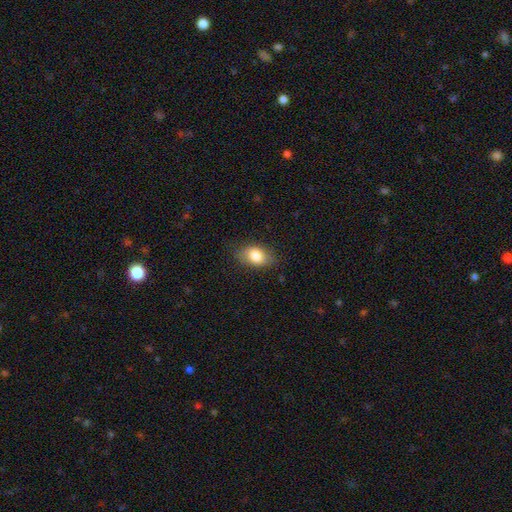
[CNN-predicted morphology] Q: Smooth or featured?
A: smooth (82%); runner-up: featured or disk (10%)
Q: How rounded?
A: in between (85%); runner-up: round (13%)
Q: Merging?
A: none (79%); runner-up: minor disturbance (16%)